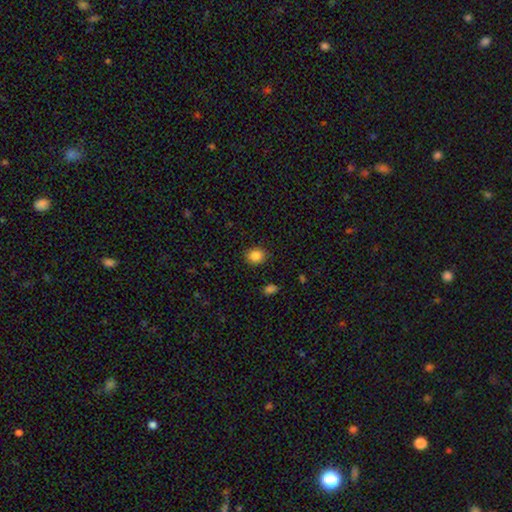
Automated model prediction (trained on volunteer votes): Smooth or featured: smooth — 86% (star or artifact — 10%)
How rounded: round — 67% (in between — 32%)
Merging: none — 88% (minor disturbance — 8%)